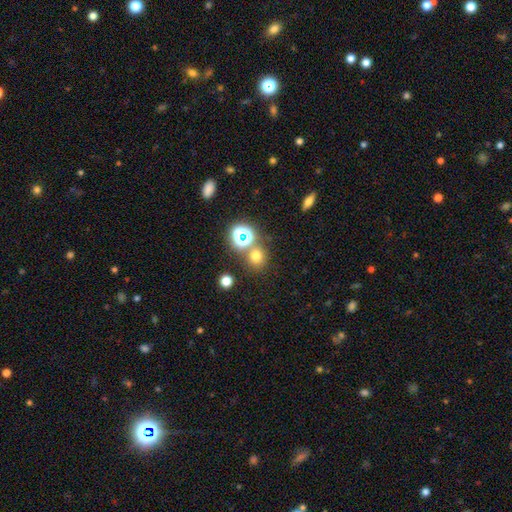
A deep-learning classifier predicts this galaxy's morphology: Smooth or featured? smooth (65%)
How rounded? round (84%)
Merging? none (72%)